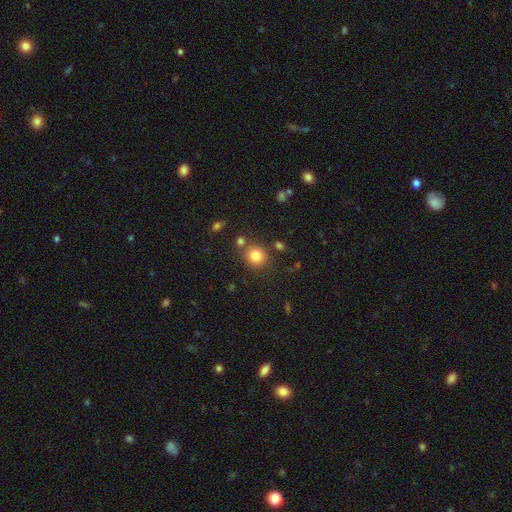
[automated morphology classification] This is clearly a smooth galaxy (82%). How rounded: clearly round (87%). Merging: likely none (78%).